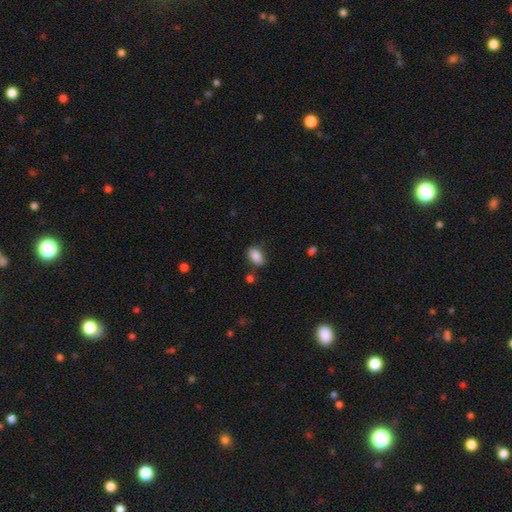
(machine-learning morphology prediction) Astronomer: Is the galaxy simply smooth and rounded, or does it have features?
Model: smooth — 85%.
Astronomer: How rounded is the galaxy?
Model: in between — 87%.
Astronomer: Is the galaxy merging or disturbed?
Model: none — 76%.